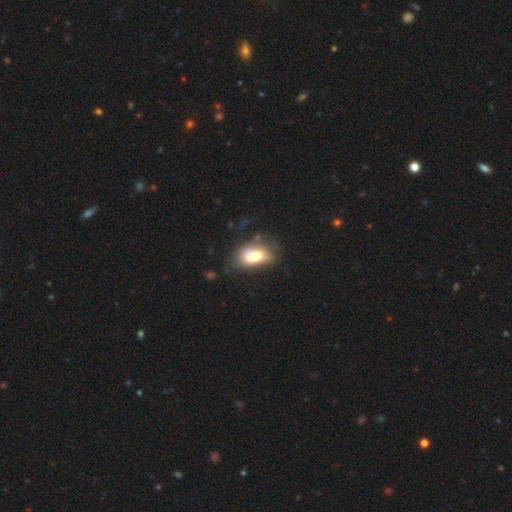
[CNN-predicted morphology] type=smooth (64%); roundness=in between (87%); merging=none (39%).